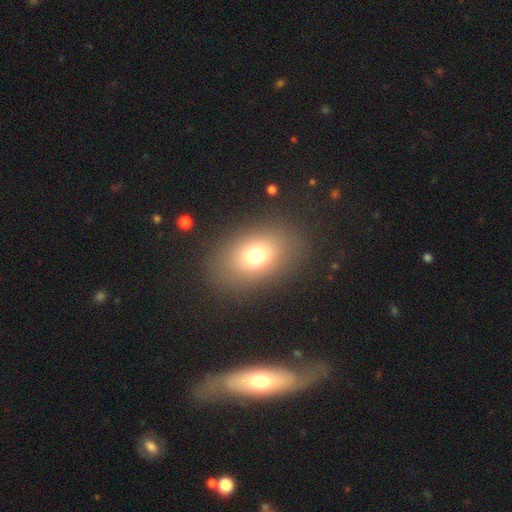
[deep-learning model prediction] A smooth galaxy with no disk features (72%) that is in between round and cigar-shaped (76%). Merging: none (84%).